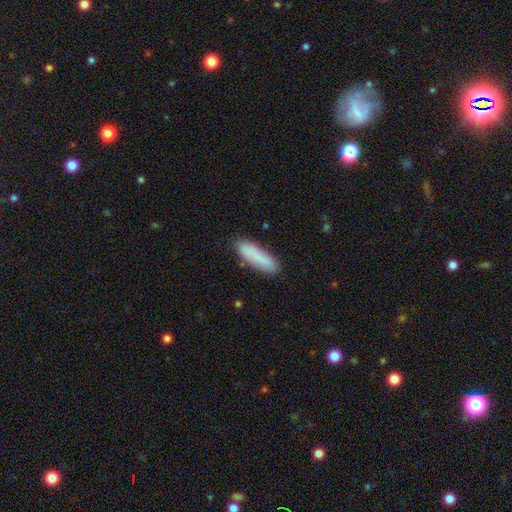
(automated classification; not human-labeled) Smooth or featured: smooth — 83% (featured or disk — 11%)
How rounded: cigar-shaped — 65% (in between — 33%)
Merging: none — 81% (minor disturbance — 14%)